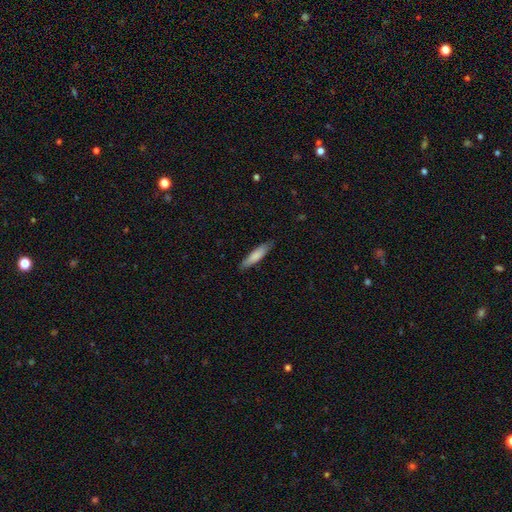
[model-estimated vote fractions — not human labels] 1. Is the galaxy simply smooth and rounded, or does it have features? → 81% smooth, 14% featured or disk, 5% star or artifact.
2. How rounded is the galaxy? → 79% cigar-shaped, 20% in between, 1% round.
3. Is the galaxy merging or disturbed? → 85% none, 12% minor disturbance, 2% major disturbance, 1% merger.